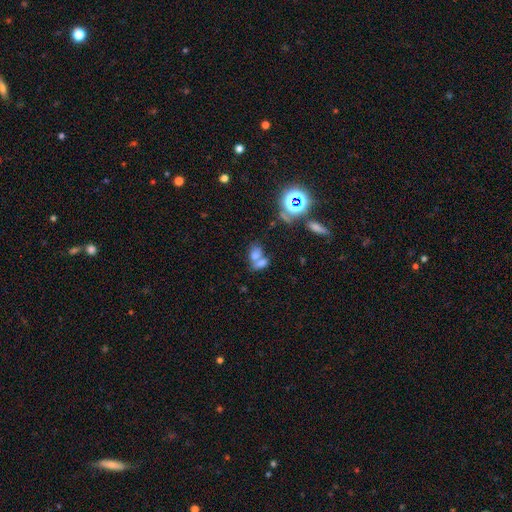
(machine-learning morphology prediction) The model was most divided on "merging": merger: 64%, none: 24%, minor disturbance: 8%, major disturbance: 5%. More confident: how rounded — in between (82%); smooth or featured — smooth (65%).